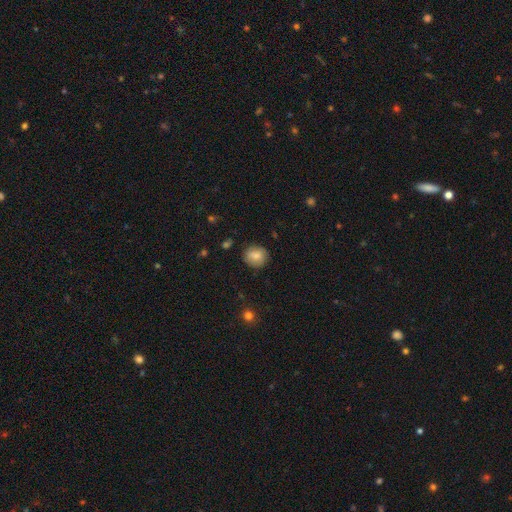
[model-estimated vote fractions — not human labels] Q: Smooth or featured?
A: smooth (79%); runner-up: featured or disk (12%)
Q: How rounded?
A: round (79%); runner-up: in between (20%)
Q: Merging?
A: none (83%); runner-up: minor disturbance (12%)